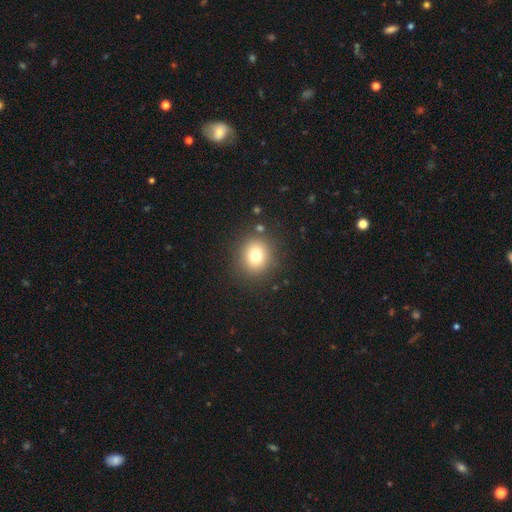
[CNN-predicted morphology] A smooth galaxy with no disk features (77%) that is round (79%). Merging: none (86%).